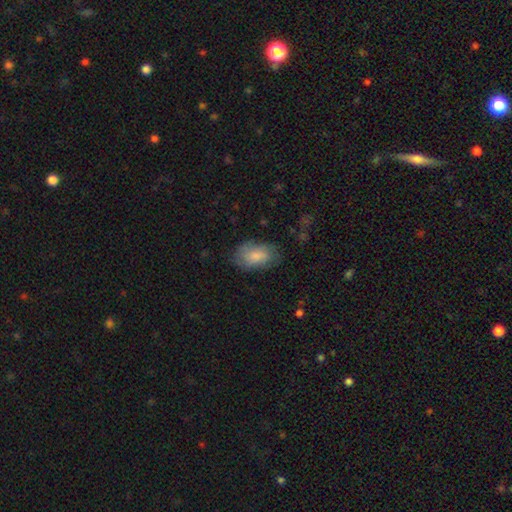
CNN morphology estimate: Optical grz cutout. It shows a smooth galaxy with no disk features (76%) that is in between round and cigar-shaped (91%). Merging: none (70%).